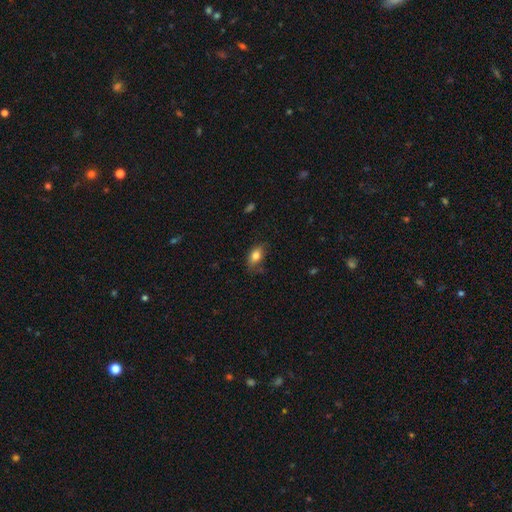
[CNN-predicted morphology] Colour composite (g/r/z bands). It shows a smooth galaxy with no disk features (80%) that is in between round and cigar-shaped (85%). Merging: none (69%).